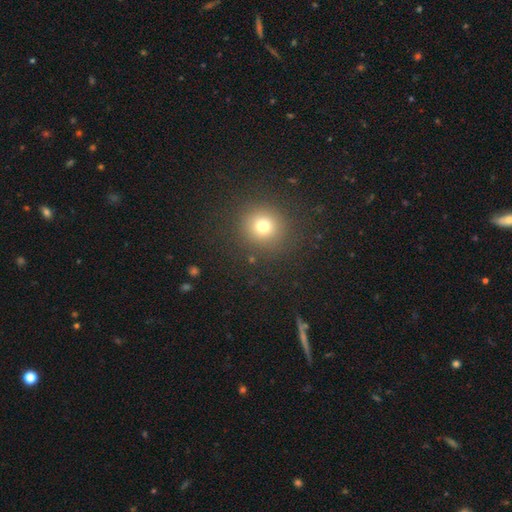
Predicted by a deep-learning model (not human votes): Smooth or featured? smooth (61%)
How rounded? round (94%)
Merging? none (92%)